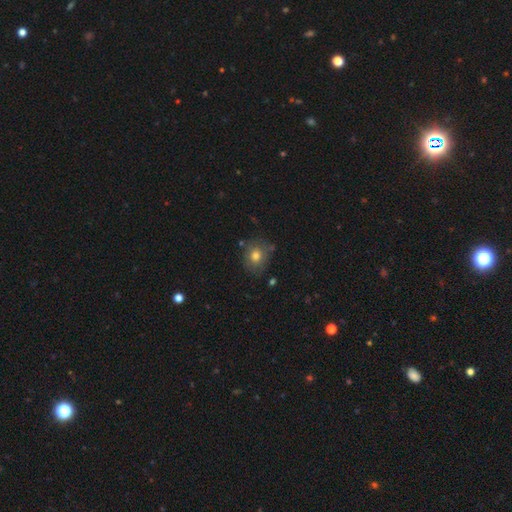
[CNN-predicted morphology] Smooth or featured?
  - smooth: 75% *
  - featured or disk: 15%
  - star or artifact: 10%
How rounded?
  - round: 76% *
  - in between: 23%
  - cigar-shaped: 1%
Merging?
  - none: 73% *
  - minor disturbance: 18%
  - major disturbance: 5%
  - merger: 4%